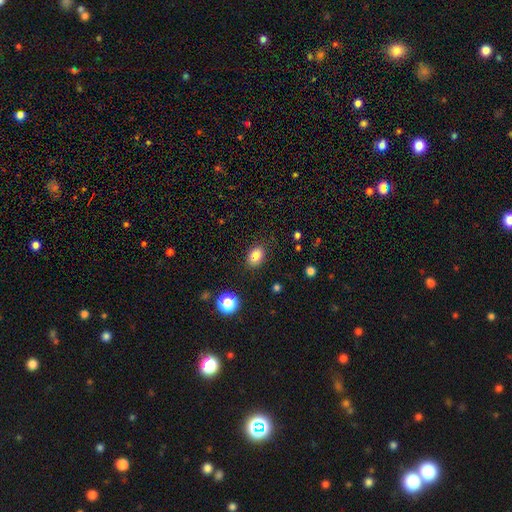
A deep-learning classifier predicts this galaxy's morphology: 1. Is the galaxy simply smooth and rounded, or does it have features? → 82% smooth, 11% star or artifact, 7% featured or disk.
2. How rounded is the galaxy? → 75% in between, 24% round, 1% cigar-shaped.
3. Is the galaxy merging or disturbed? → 85% none, 10% minor disturbance, 3% major disturbance, 1% merger.